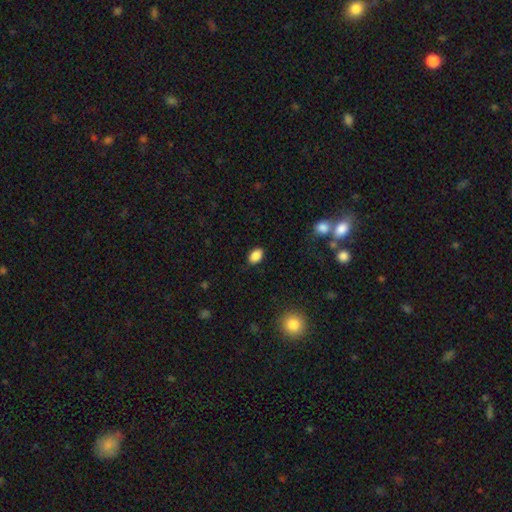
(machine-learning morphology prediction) A smooth galaxy with no disk features (87%) that is in between round and cigar-shaped (84%). Merging: none (85%).